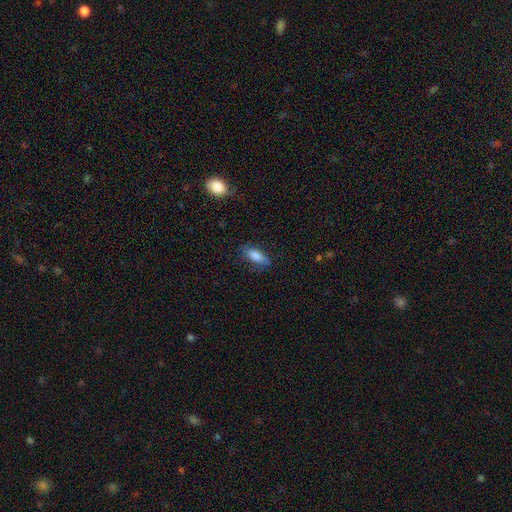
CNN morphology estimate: smooth_or_featured: smooth (p=0.79) [alt: featured or disk p=0.14]
how_rounded: in between (p=0.79) [alt: cigar-shaped p=0.18]
merging: none (p=0.71) [alt: minor disturbance p=0.22]